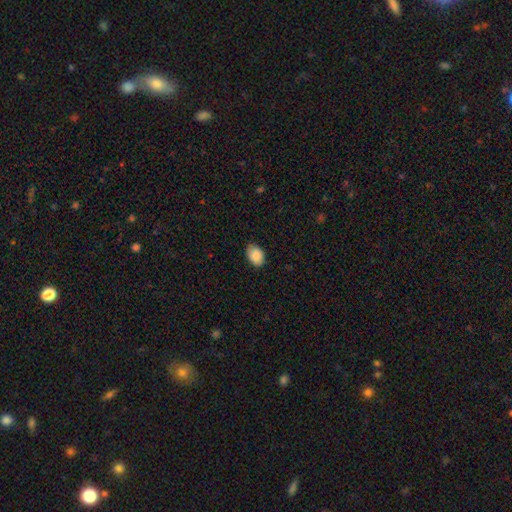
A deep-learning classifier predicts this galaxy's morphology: Smooth or featured? Predicted: smooth (p=0.88). How rounded? Predicted: in between (p=0.83). Merging? Predicted: none (p=0.82).